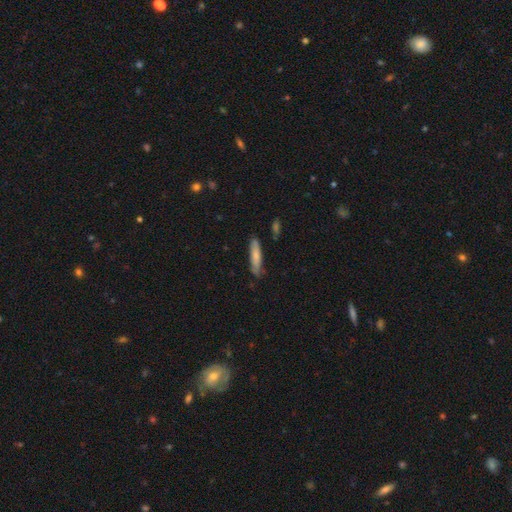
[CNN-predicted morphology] Q: Smooth or featured?
A: smooth (73%); runner-up: featured or disk (21%)
Q: How rounded?
A: cigar-shaped (78%); runner-up: in between (20%)
Q: Merging?
A: none (75%); runner-up: minor disturbance (19%)